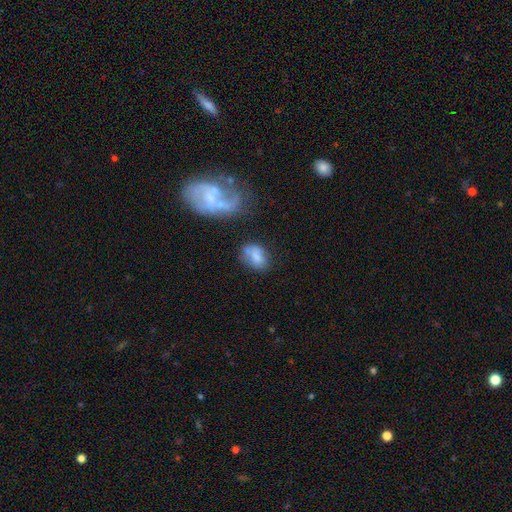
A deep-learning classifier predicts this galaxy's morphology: Smooth or featured?
  - smooth: 71% *
  - featured or disk: 19%
  - star or artifact: 10%
How rounded?
  - in between: 77% *
  - round: 21%
  - cigar-shaped: 2%
Merging?
  - none: 44% *
  - minor disturbance: 26%
  - merger: 17%
  - major disturbance: 13%